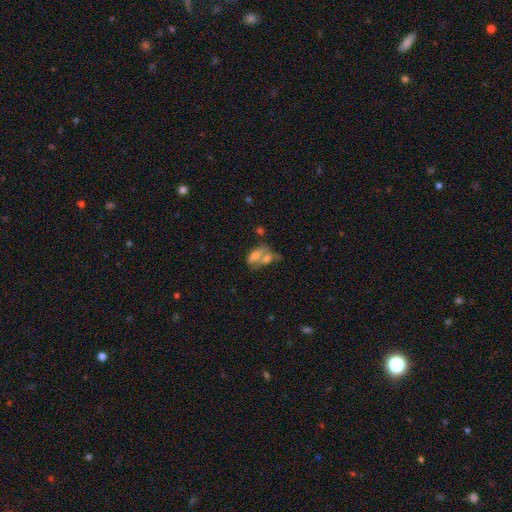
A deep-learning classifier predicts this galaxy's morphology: Smooth or featured?
  - smooth: 61% *
  - featured or disk: 29%
  - star or artifact: 10%
How rounded?
  - in between: 82% *
  - cigar-shaped: 11%
  - round: 8%
Merging?
  - merger: 62% *
  - none: 21%
  - minor disturbance: 9%
  - major disturbance: 8%